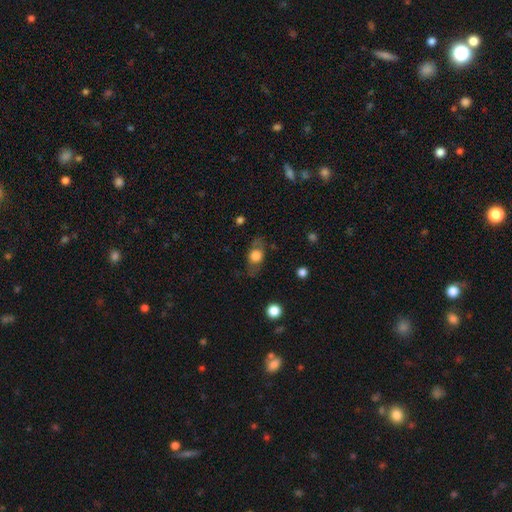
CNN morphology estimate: Smooth or featured?
  - smooth: 62% *
  - featured or disk: 30%
  - star or artifact: 8%
How rounded?
  - in between: 66% *
  - round: 28%
  - cigar-shaped: 6%
Merging?
  - none: 73% *
  - minor disturbance: 17%
  - major disturbance: 8%
  - merger: 1%